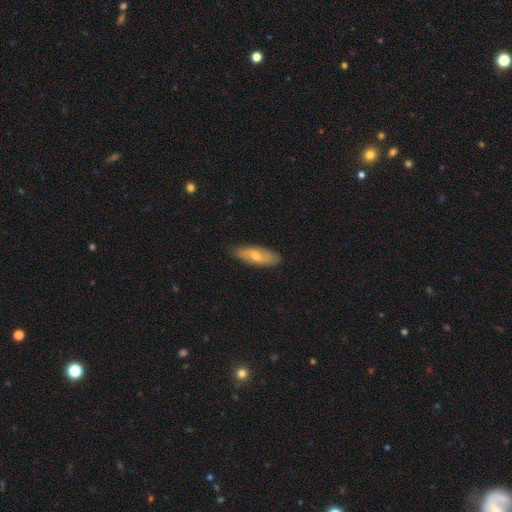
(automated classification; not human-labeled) Q: Smooth or featured?
A: smooth (61%); runner-up: featured or disk (34%)
Q: How rounded?
A: in between (69%); runner-up: cigar-shaped (29%)
Q: Merging?
A: none (82%); runner-up: minor disturbance (15%)